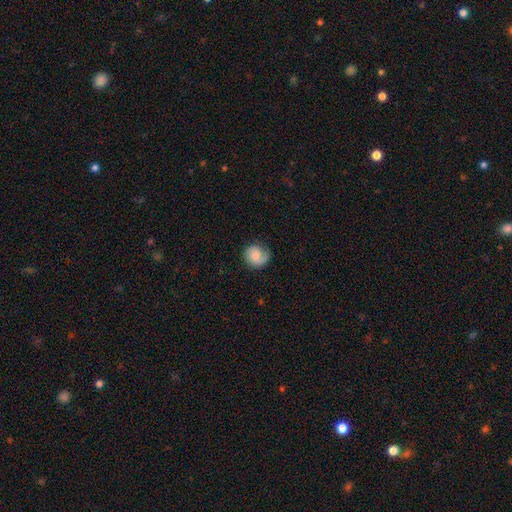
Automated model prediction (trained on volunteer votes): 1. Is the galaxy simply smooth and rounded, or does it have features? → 58% smooth, 35% featured or disk, 8% star or artifact.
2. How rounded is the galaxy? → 83% round, 16% in between, 1% cigar-shaped.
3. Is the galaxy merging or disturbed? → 70% none, 21% minor disturbance, 8% major disturbance, 1% merger.